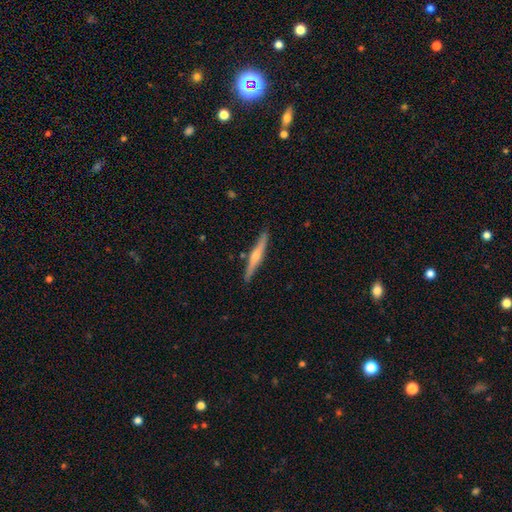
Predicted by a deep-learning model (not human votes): A featured or disk galaxy (65%) viewed edge-on (97%) with a rounded central bulge (82%).

Vote fractions:
- Smooth or featured? featured or disk: 65% / smooth: 29% / star or artifact: 6%
- Edge-on disk? yes: 97% / no: 3%
- Edge-on bulge? rounded: 82% / none: 12% / boxy: 6%
- Merging? none: 89% / minor disturbance: 8% / merger: 2% / major disturbance: 1%